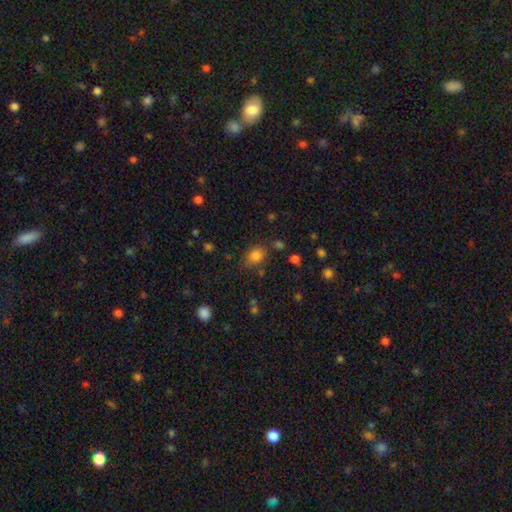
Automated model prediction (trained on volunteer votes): Q: Smooth or featured?
A: smooth (81%); runner-up: star or artifact (13%)
Q: How rounded?
A: in between (58%); runner-up: round (41%)
Q: Merging?
A: none (73%); runner-up: minor disturbance (16%)